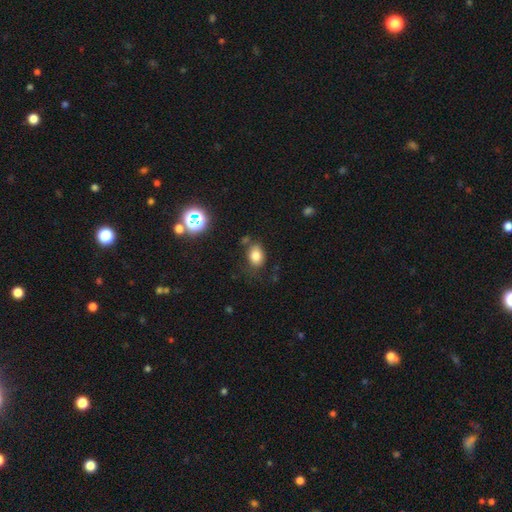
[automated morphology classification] Smooth or featured? Predicted: smooth (p=0.80). How rounded? Predicted: in between (p=0.74). Merging? Predicted: none (p=0.69).